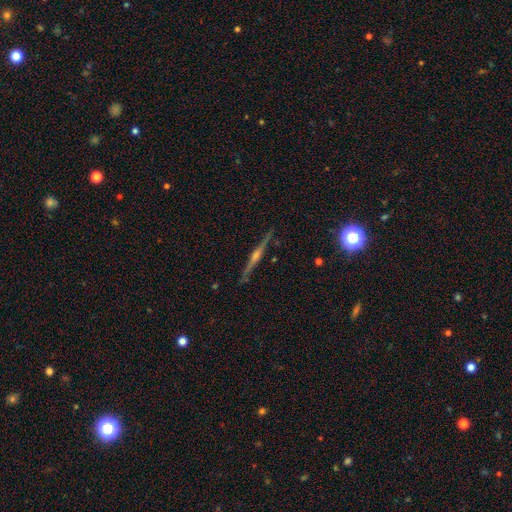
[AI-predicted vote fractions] Overall: featured or disk (82%). Edge-on disk: yes (98%). Edge-on bulge: rounded (85%). Merging: none (90%).